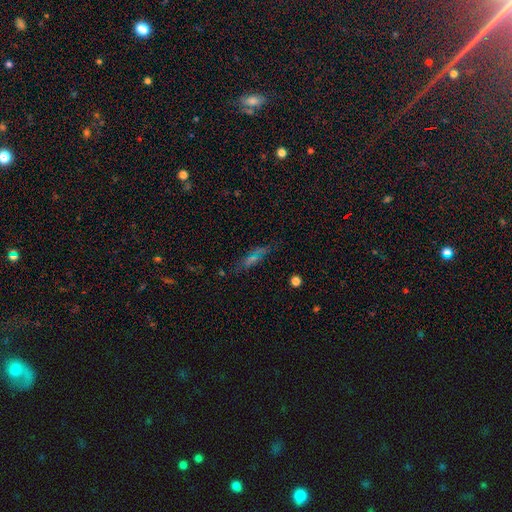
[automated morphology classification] smooth 38% (tied), featured or disk 38% (tied), star or artifact 24%. Down the decision tree: merging — none (72%).